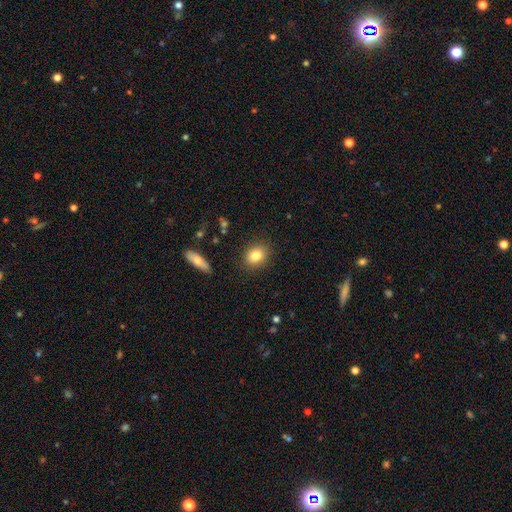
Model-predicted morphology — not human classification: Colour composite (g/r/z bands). It shows a smooth galaxy with no disk features (83%) that is in between round and cigar-shaped (50%). Merging: none (87%).